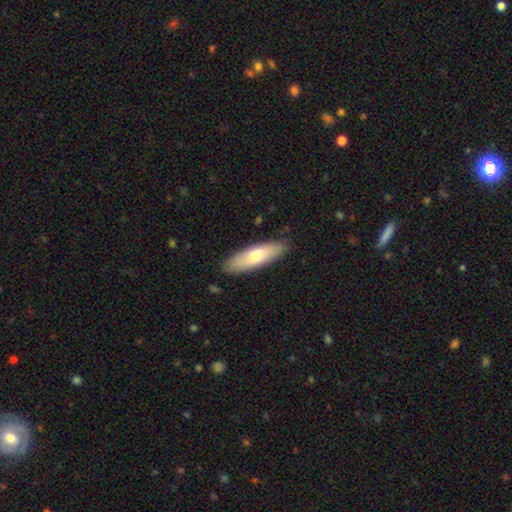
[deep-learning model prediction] Smooth or featured? smooth (69%)
How rounded? in between (50%)
Merging? none (86%)